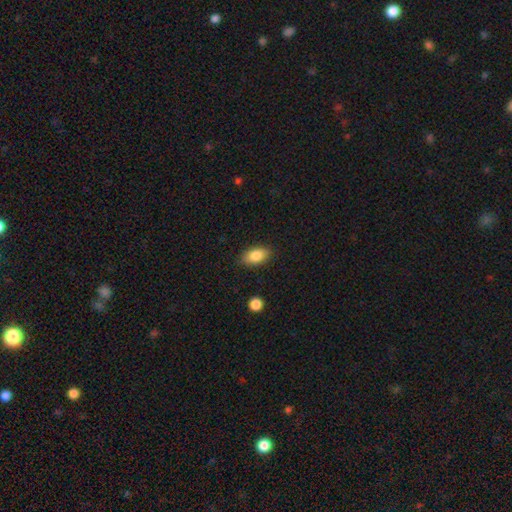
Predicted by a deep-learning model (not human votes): This appears to be a smooth galaxy with no disk features (84%) that is in between round and cigar-shaped (90%). Merging: none (86%).